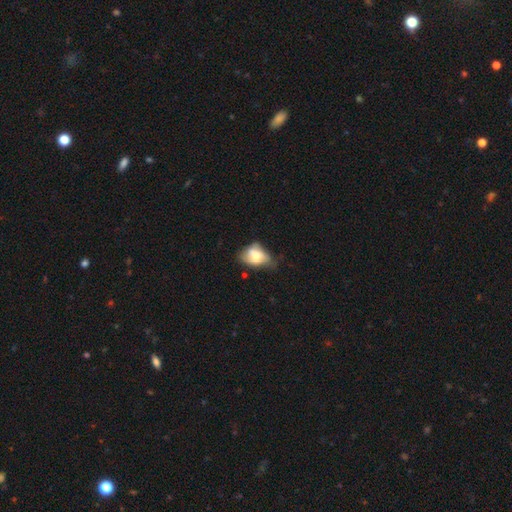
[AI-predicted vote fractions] A smooth galaxy with no disk features (54%) that is in between round and cigar-shaped (78%). Merging: minor disturbance (35%).